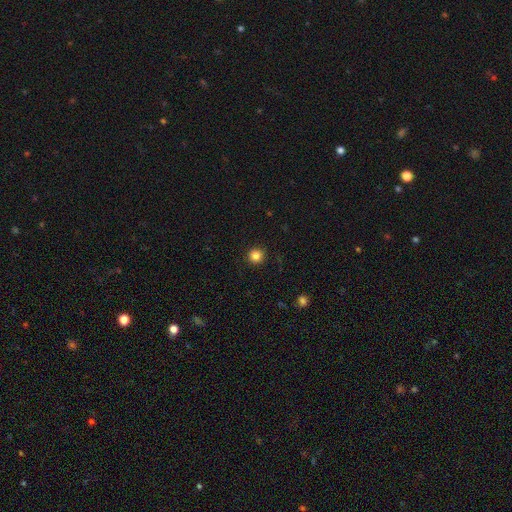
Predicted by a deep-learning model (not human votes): This is clearly a smooth galaxy (84%). How rounded: clearly round (95%). Merging: clearly none (92%).